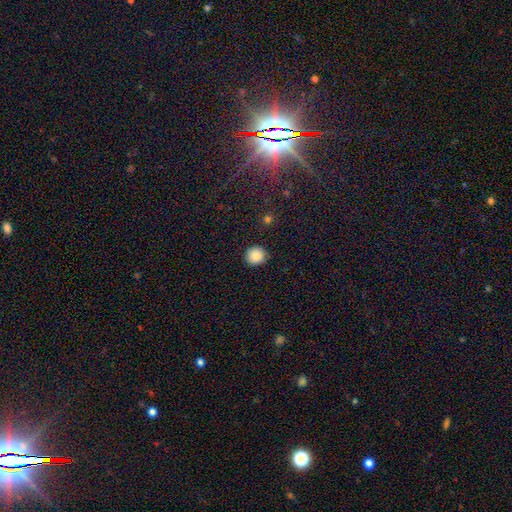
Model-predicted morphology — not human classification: This appears to be a smooth galaxy with no disk features (87%) that is round (87%). Merging: none (88%).